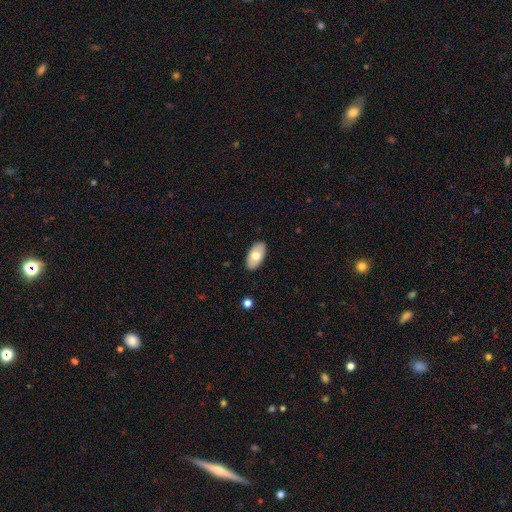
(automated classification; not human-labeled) smooth_or_featured: smooth (p=0.70) [alt: featured or disk p=0.24]
how_rounded: in between (p=0.95) [alt: round p=0.03]
merging: none (p=0.88) [alt: minor disturbance p=0.09]